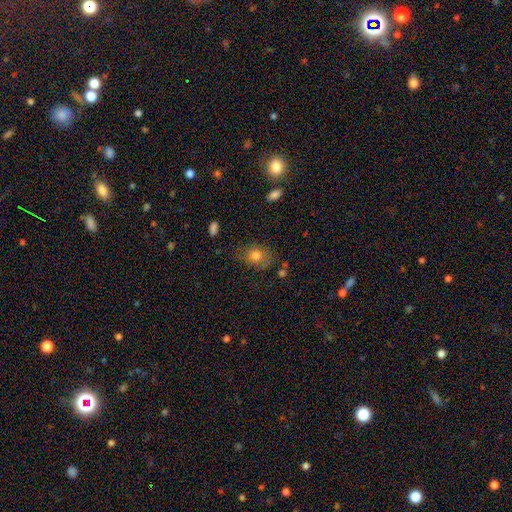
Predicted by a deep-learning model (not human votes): A smooth galaxy with no disk features (76%) that is in between round and cigar-shaped (50%).

Vote fractions:
- Smooth or featured? smooth: 76% / featured or disk: 14% / star or artifact: 10%
- How rounded? in between: 50% / round: 49% / cigar-shaped: 1%
- Merging? none: 70% / minor disturbance: 20% / major disturbance: 7% / merger: 3%